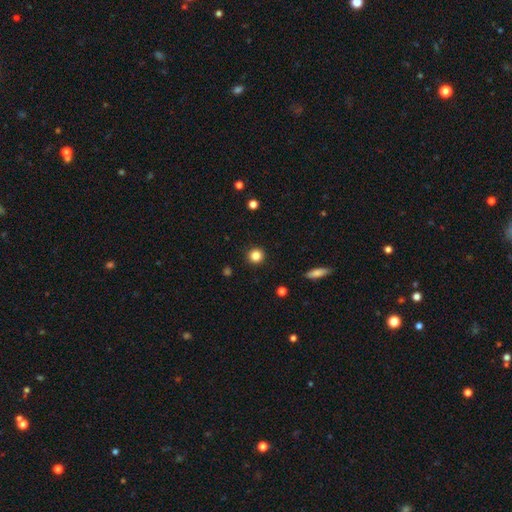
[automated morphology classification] The model was most divided on "smooth or featured": smooth: 85%, star or artifact: 11%, featured or disk: 4%. More confident: how rounded — round (94%); merging — none (92%).